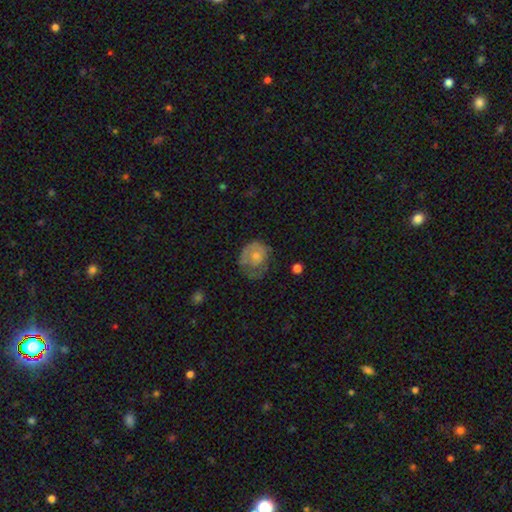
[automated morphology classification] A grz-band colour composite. It shows a smooth galaxy with no disk features (46%, tied with featured or disk). Merging: none (49%).